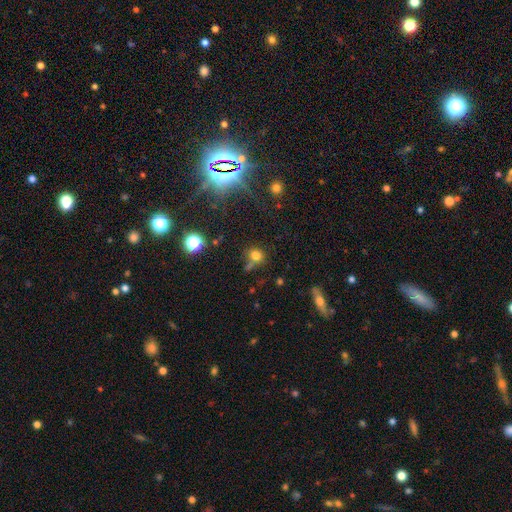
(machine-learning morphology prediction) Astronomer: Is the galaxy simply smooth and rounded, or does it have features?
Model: smooth — 73%.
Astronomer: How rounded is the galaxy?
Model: round — 77%.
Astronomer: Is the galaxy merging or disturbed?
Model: none — 59%.